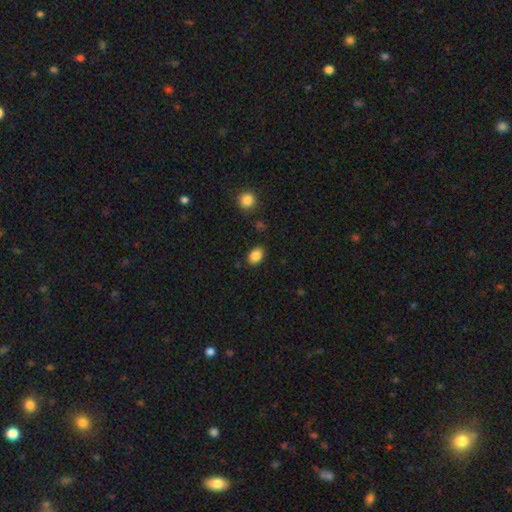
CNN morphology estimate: smooth 86%, star or artifact 9%, featured or disk 5%. Down the decision tree: how rounded — in between (75%); merging — none (82%).